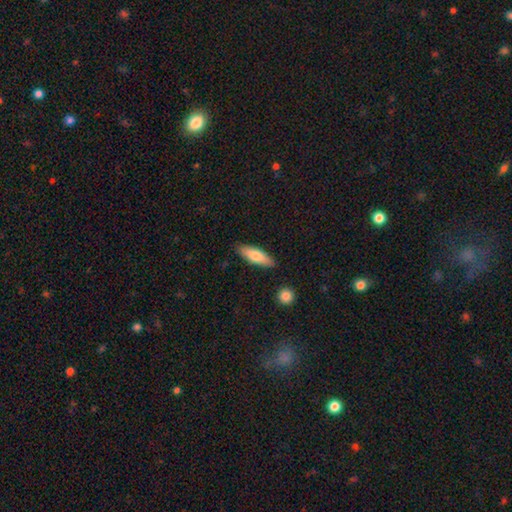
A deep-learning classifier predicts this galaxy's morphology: This is likely a smooth galaxy (72%). How rounded: possibly in between (51%). Merging: clearly none (86%).